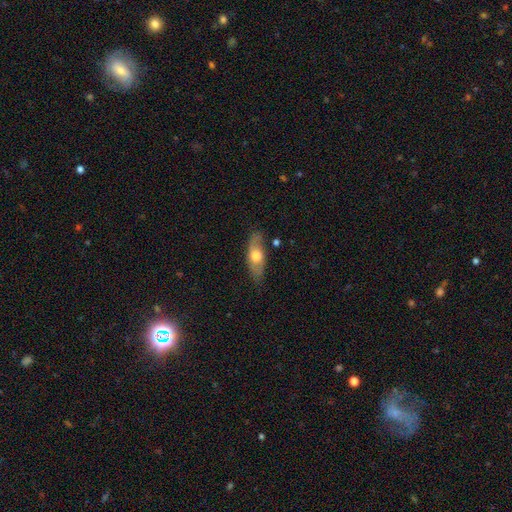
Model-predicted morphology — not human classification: Overall: smooth (53%; featured or disk 41%). How rounded: in between (67%; cigar-shaped 29%). Merging: none (79%).